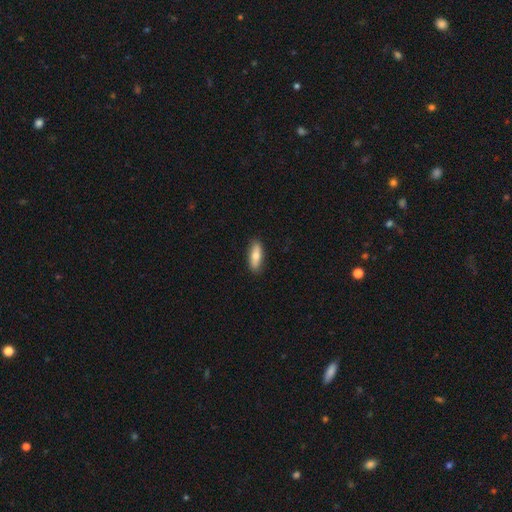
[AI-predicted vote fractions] This appears to be a smooth galaxy with no disk features (74%) that is in between round and cigar-shaped (61%). Merging: none (88%).